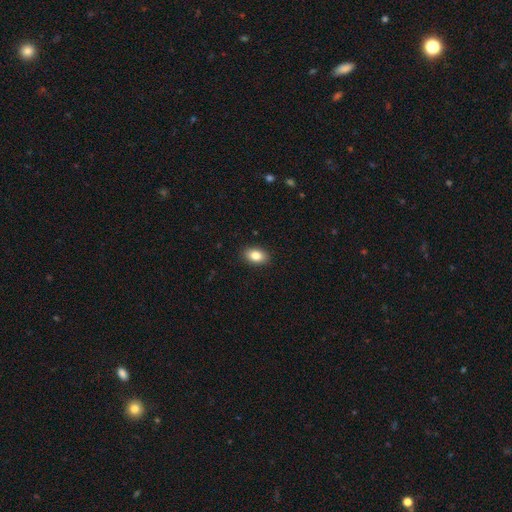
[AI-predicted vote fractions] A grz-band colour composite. It shows a smooth galaxy with no disk features (84%) that is in between round and cigar-shaped (88%). Merging: none (90%).